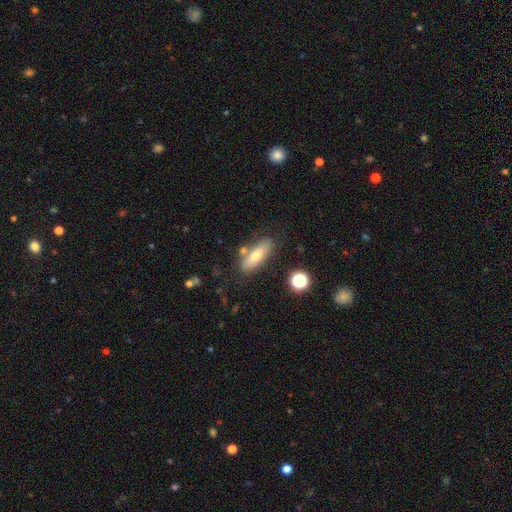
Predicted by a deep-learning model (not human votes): A smooth galaxy with no disk features (66%) that is in between round and cigar-shaped (54%). Merging: none (74%).